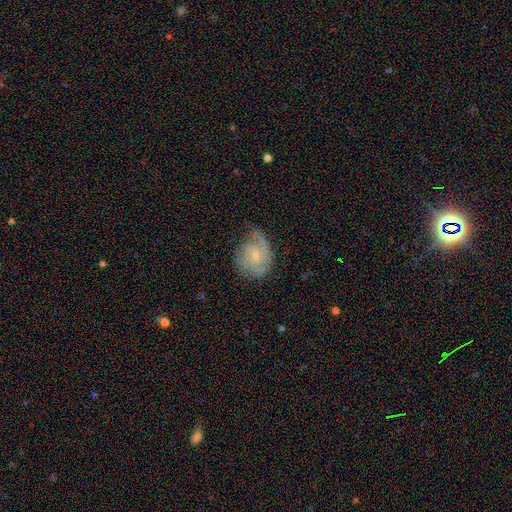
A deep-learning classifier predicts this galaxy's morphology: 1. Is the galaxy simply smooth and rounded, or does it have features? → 71% featured or disk, 22% smooth, 7% star or artifact.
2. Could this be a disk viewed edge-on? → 98% no, 2% yes.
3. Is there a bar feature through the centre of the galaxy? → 66% no, 30% weak, 4% strong.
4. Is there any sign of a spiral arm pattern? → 90% yes, 10% no.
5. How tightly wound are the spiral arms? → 49% tight, 37% medium, 13% loose.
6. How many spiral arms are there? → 38% 2, 29% can't tell, 15% 3, 10% 1, 4% 4, 3% more than 4.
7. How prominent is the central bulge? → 72% small, 22% moderate, 4% none, 1% large, 1% dominant.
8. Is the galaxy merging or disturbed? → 56% none, 30% minor disturbance, 13% major disturbance, 2% merger.